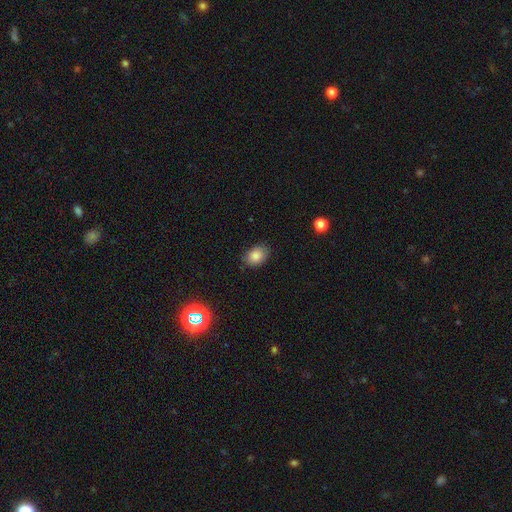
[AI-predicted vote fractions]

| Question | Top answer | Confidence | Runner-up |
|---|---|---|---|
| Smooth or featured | smooth | 85% | star or artifact (9%) |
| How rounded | in between | 69% | round (30%) |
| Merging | none | 81% | minor disturbance (15%) |